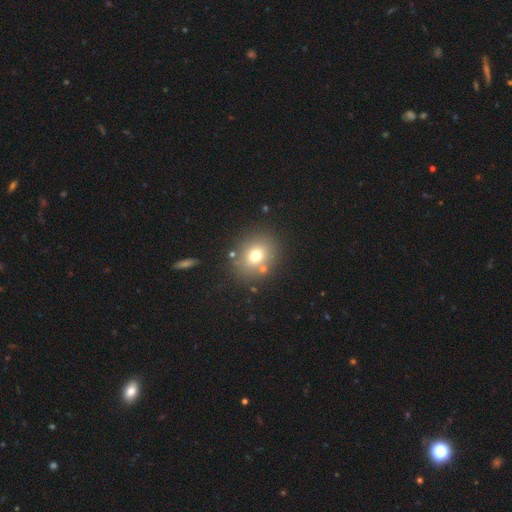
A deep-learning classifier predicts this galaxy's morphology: smooth 71%, star or artifact 15%, featured or disk 14%. Down the decision tree: how rounded — round (68%); merging — none (79%).